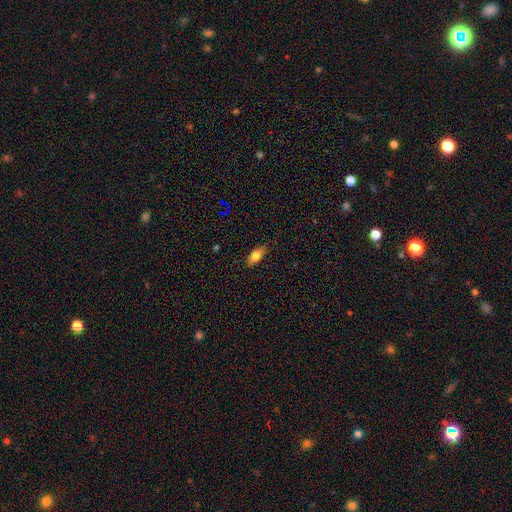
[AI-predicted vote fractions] Morphology: type=smooth (76%); roundness=in between (81%); merging=none (81%).